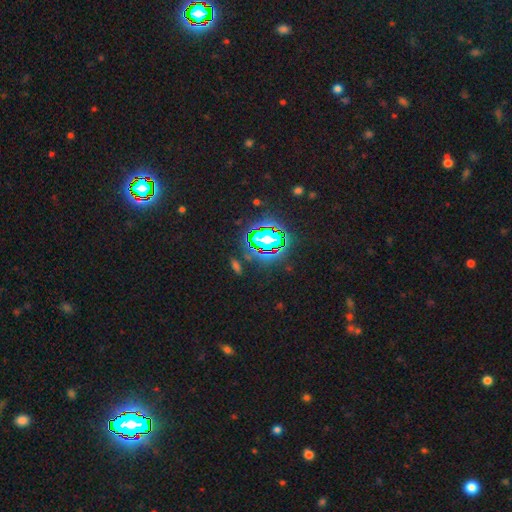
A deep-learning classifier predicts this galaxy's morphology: A star or artifact, not a galaxy (83%).